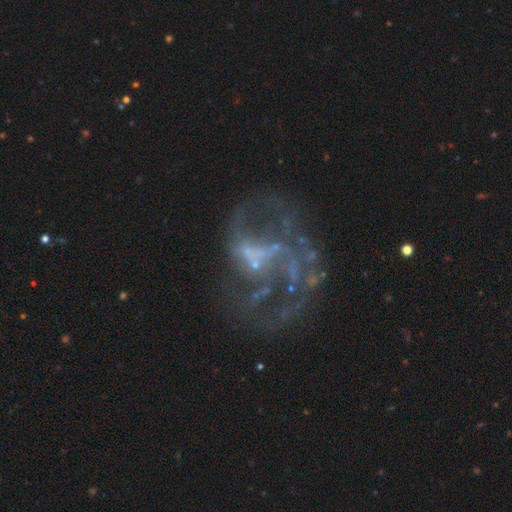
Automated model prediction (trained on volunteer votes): Smooth or featured? Predicted: featured or disk (p=0.74). Edge-on disk? Predicted: no (p=0.98). Bar? Predicted: no (p=0.56). Spiral arms? Predicted: yes (p=0.55). Bulge size? Predicted: none (p=0.58). Merging? Predicted: none (p=0.42).